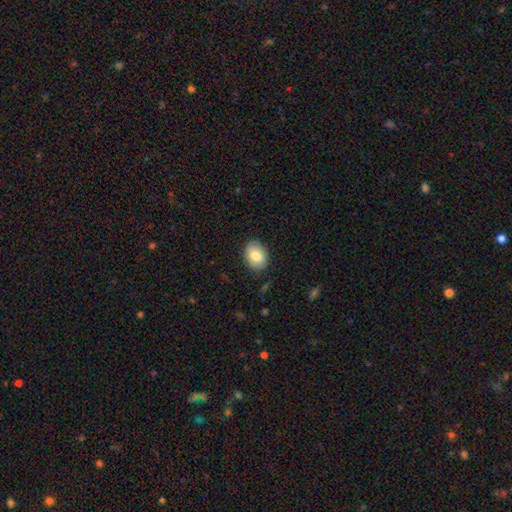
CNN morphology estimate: Smooth or featured?
  - smooth: 81% *
  - featured or disk: 12%
  - star or artifact: 7%
How rounded?
  - in between: 70% *
  - round: 30%
  - cigar-shaped: 1%
Merging?
  - none: 86% *
  - minor disturbance: 10%
  - major disturbance: 2%
  - merger: 1%